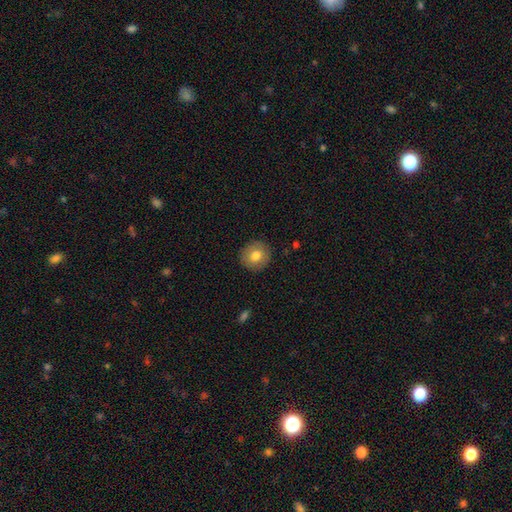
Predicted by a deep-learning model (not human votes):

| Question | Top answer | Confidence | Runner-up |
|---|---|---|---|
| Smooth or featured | smooth | 76% | featured or disk (15%) |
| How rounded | round | 90% | in between (9%) |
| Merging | none | 90% | minor disturbance (7%) |